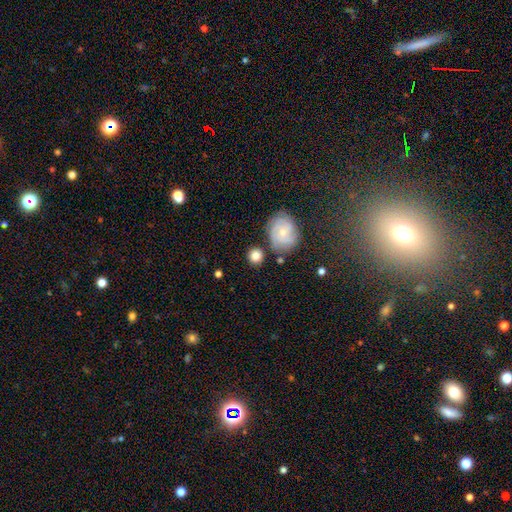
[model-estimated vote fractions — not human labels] Smooth or featured? smooth (74%)
How rounded? round (87%)
Merging? none (76%)